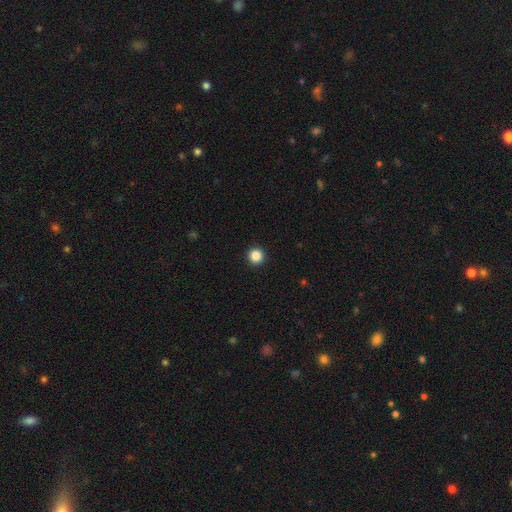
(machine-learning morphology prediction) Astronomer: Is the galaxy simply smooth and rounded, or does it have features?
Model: smooth — 86%.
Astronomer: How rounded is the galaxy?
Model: round — 96%.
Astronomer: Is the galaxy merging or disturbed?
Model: none — 94%.